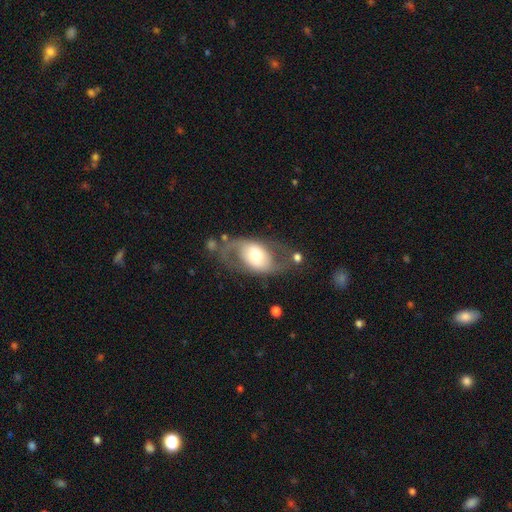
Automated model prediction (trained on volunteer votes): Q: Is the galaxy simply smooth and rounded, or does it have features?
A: featured or disk — 67%.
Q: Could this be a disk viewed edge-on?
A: no — 94%.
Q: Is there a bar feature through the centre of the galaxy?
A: no — 56%.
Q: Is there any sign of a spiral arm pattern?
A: yes — 73%.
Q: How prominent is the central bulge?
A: moderate — 58%.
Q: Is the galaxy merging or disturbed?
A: none — 61%.